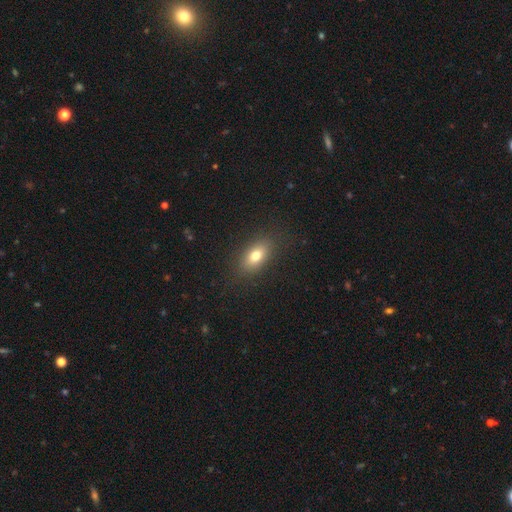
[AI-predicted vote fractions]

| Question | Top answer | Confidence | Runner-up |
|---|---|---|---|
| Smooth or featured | smooth | 76% | featured or disk (15%) |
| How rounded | in between | 84% | round (9%) |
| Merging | none | 85% | minor disturbance (10%) |